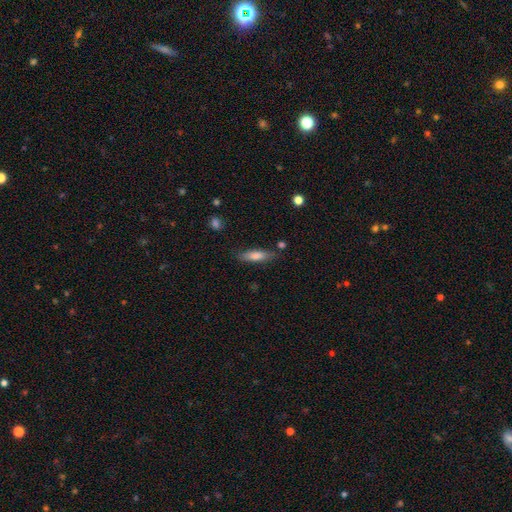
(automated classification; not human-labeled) Q: Smooth or featured?
A: smooth (74%); runner-up: featured or disk (19%)
Q: How rounded?
A: cigar-shaped (70%); runner-up: in between (29%)
Q: Merging?
A: none (79%); runner-up: minor disturbance (15%)